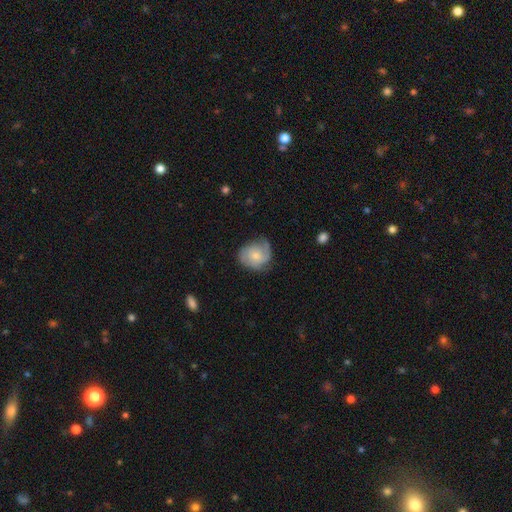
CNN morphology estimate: Smooth or featured? Predicted: featured or disk (p=0.62). Edge-on disk? Predicted: no (p=0.98). Bar? Predicted: no (p=0.75). Spiral arms? Predicted: yes (p=0.90). Spiral winding? Predicted: tight (p=0.42). Spiral arm count? Predicted: 2 (p=0.44). Bulge size? Predicted: small (p=0.58). Merging? Predicted: none (p=0.63).